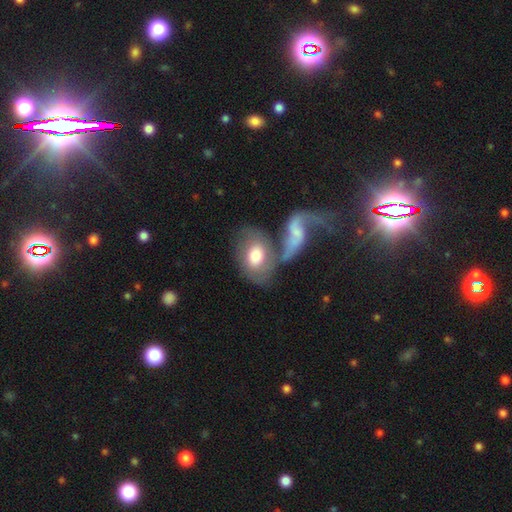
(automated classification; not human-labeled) Smooth or featured: smooth — 60% (featured or disk — 34%)
How rounded: in between — 76% (round — 22%)
Merging: merger — 49% (none — 28%)